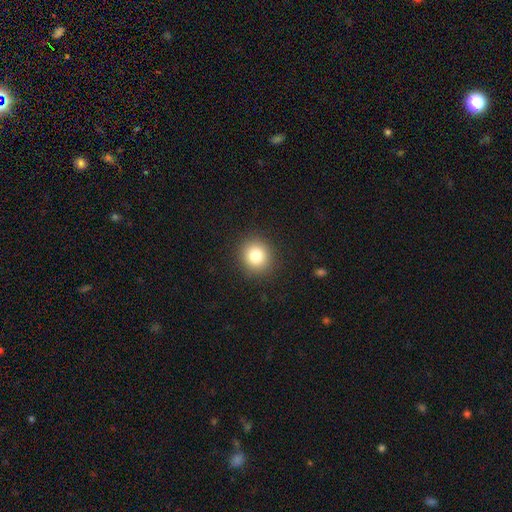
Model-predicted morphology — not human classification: Smooth or featured: smooth — 82% (star or artifact — 11%)
How rounded: round — 88% (in between — 11%)
Merging: none — 90% (minor disturbance — 6%)